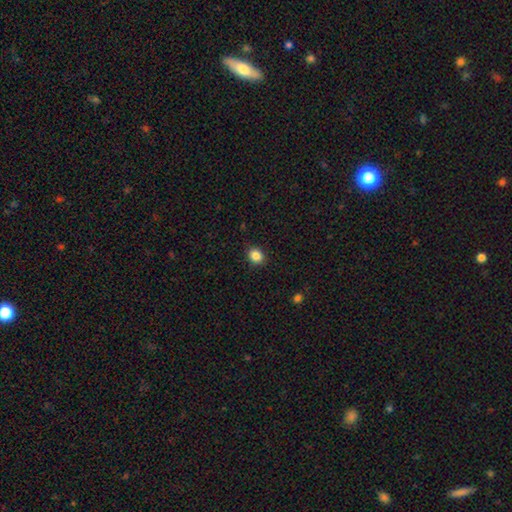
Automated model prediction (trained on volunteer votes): The model was most divided on "how rounded": round: 62%, in between: 38%, cigar-shaped: 1%. More confident: merging — none (90%); smooth or featured — smooth (86%).